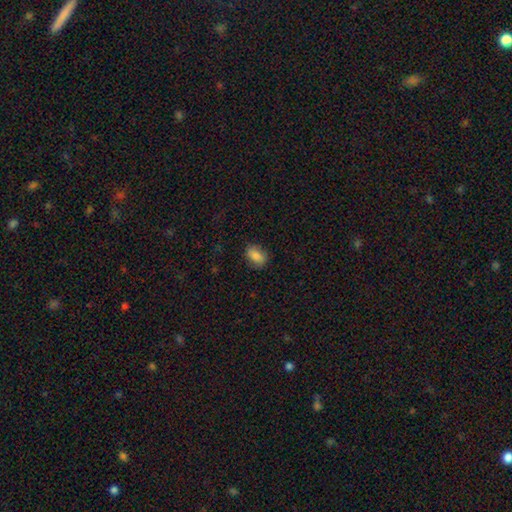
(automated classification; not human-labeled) Smooth or featured: smooth — 83% (featured or disk — 9%)
How rounded: in between — 73% (round — 25%)
Merging: none — 81% (minor disturbance — 15%)